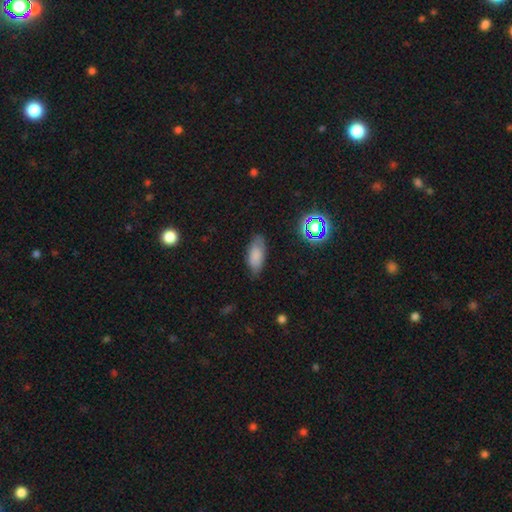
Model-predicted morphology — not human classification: This is likely a smooth galaxy (79%). How rounded: clearly in between (86%). Merging: likely none (75%).